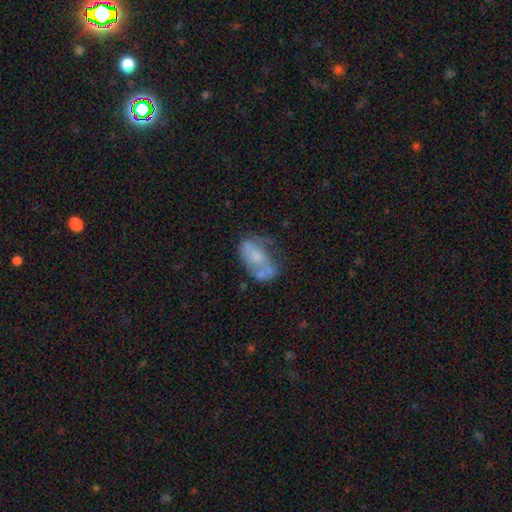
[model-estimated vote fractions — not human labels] The model was most divided on "merging": none: 33%, major disturbance: 25%, minor disturbance: 24%, merger: 18%. More confident: edge-on disk — no (96%); smooth or featured — featured or disk (51%).